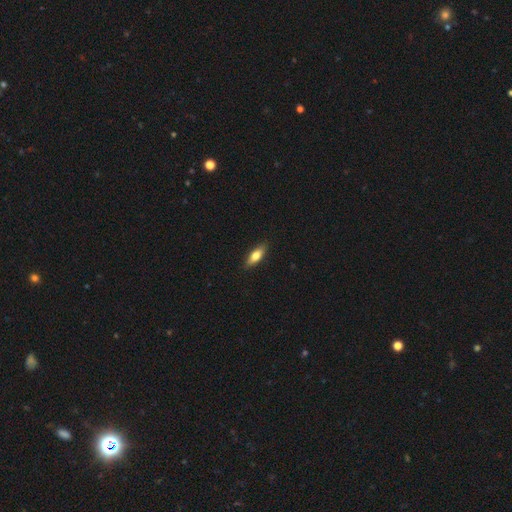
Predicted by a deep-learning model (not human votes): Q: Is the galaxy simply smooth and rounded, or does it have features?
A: smooth — 75%.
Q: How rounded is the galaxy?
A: in between — 67%.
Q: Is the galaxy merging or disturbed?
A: none — 88%.